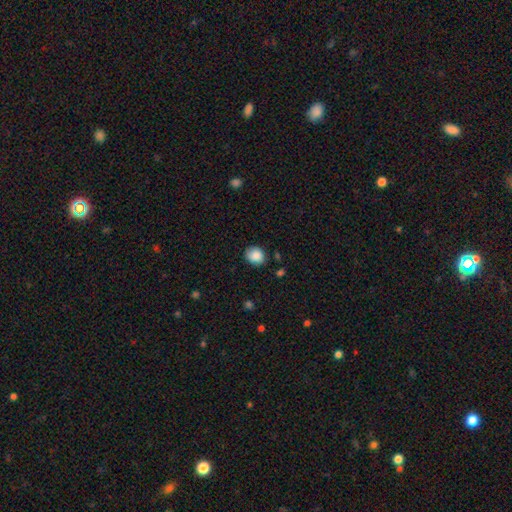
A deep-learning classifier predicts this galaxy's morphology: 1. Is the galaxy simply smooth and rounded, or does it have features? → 87% smooth, 8% star or artifact, 4% featured or disk.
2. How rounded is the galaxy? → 67% round, 32% in between, 1% cigar-shaped.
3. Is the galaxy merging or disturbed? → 81% none, 14% minor disturbance, 3% major disturbance, 2% merger.